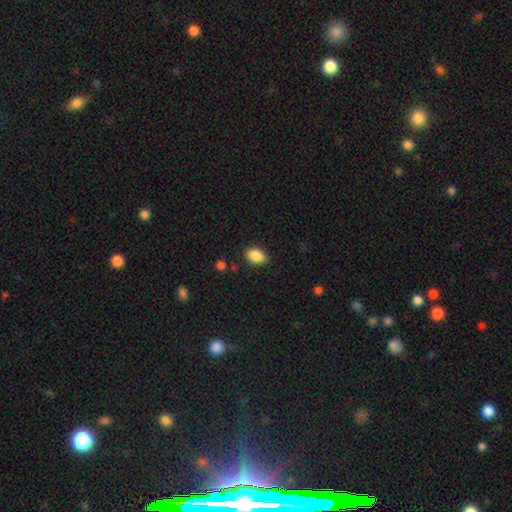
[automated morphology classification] This is clearly a smooth galaxy (88%). How rounded: clearly in between (84%). Merging: clearly none (86%).